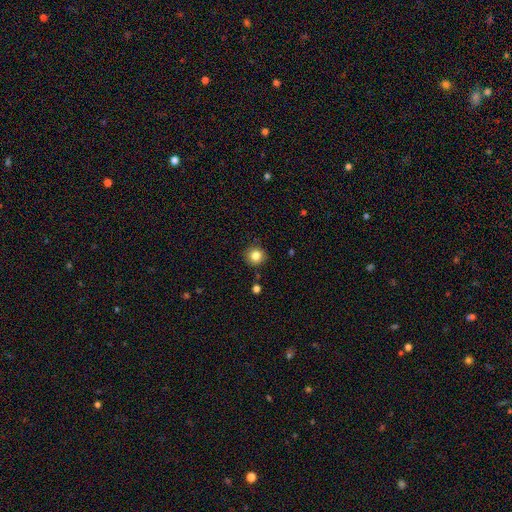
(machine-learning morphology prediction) A smooth galaxy with no disk features (83%) that is round (93%). Merging: none (89%).